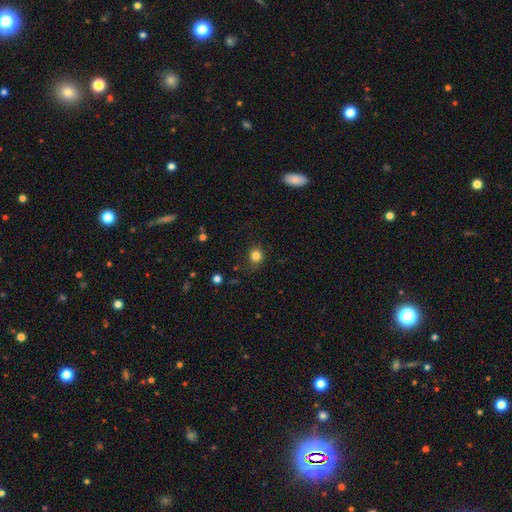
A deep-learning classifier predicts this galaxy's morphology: smooth 82%, star or artifact 13%, featured or disk 5%. Down the decision tree: how rounded — round (83%); merging — none (76%).